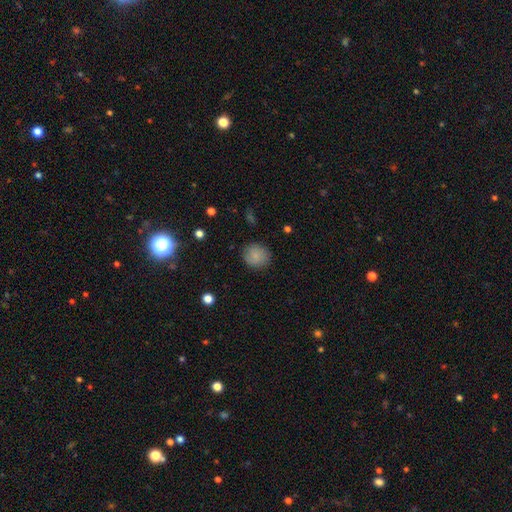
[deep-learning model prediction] The model was most divided on "how rounded": round: 85%, in between: 14%, cigar-shaped: 1%. More confident: merging — none (86%); smooth or featured — smooth (85%).